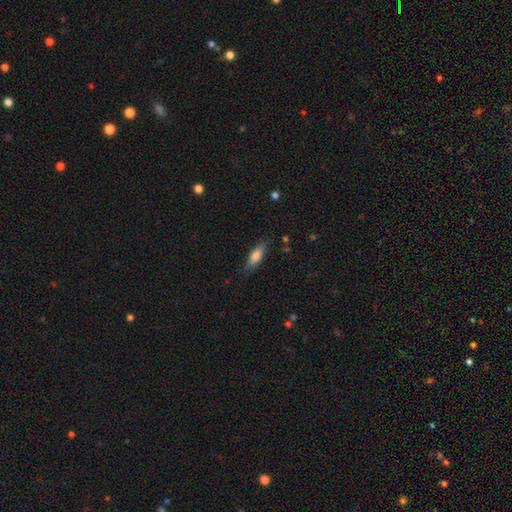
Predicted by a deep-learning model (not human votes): Smooth or featured? smooth (77%)
How rounded? in between (58%)
Merging? none (80%)